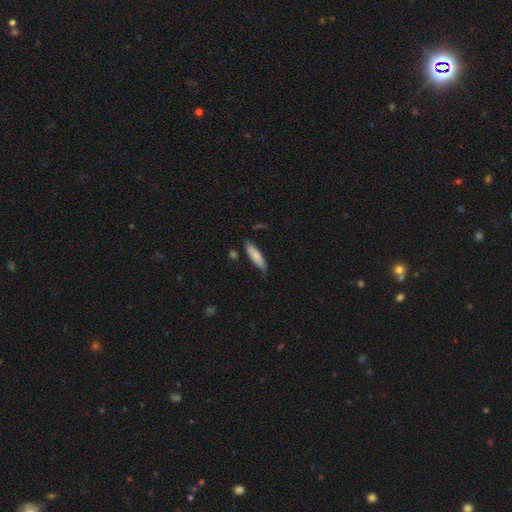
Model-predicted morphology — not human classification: Overall: smooth (80%). How rounded: cigar-shaped (70%). Merging: none (75%).